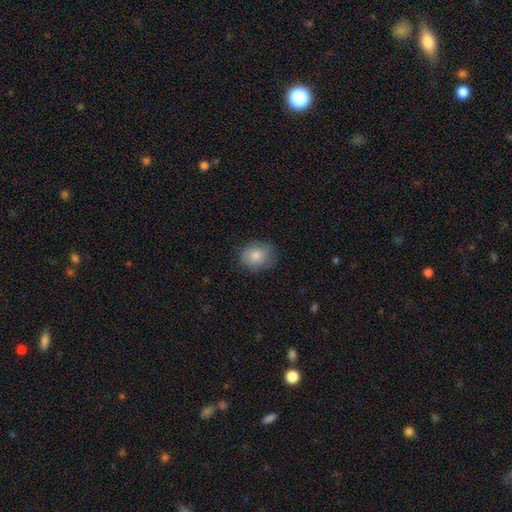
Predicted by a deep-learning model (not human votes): This is clearly a smooth galaxy (82%). How rounded: likely round (63%). Merging: likely none (75%).